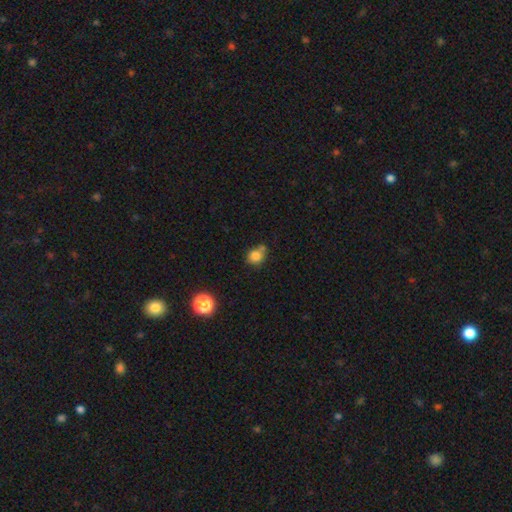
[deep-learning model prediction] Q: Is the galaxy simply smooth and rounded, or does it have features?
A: smooth — 80%.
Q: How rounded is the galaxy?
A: round — 73%.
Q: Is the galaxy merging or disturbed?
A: none — 52%.